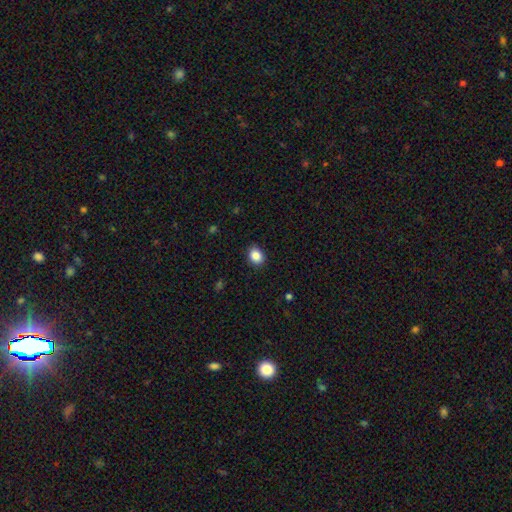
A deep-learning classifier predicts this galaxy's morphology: Q: Smooth or featured?
A: smooth (87%); runner-up: star or artifact (9%)
Q: How rounded?
A: in between (55%); runner-up: round (44%)
Q: Merging?
A: none (88%); runner-up: minor disturbance (9%)